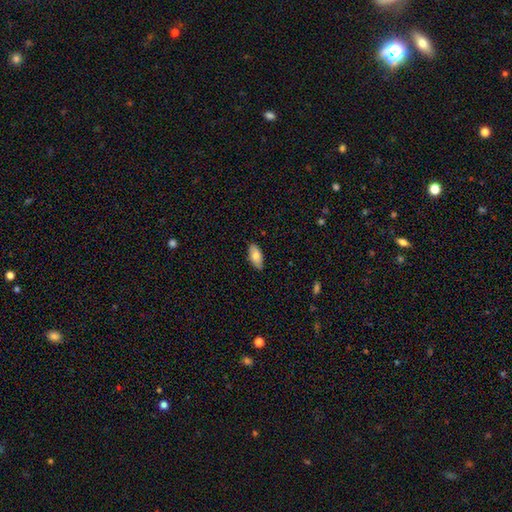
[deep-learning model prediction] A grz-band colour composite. It shows a smooth galaxy with no disk features (80%) that is in between round and cigar-shaped (89%). Merging: none (86%).